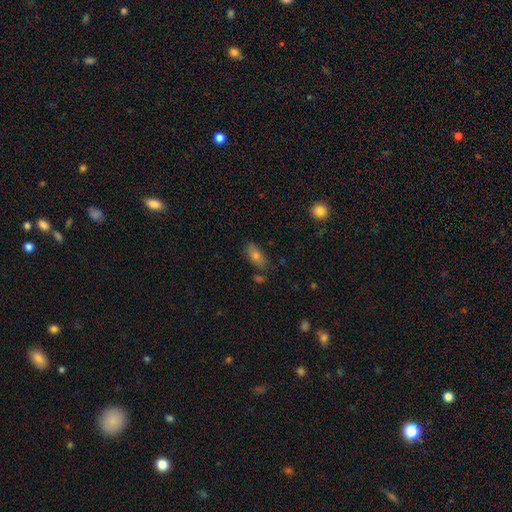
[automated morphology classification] Smooth or featured? smooth (72%)
How rounded? in between (85%)
Merging? none (77%)